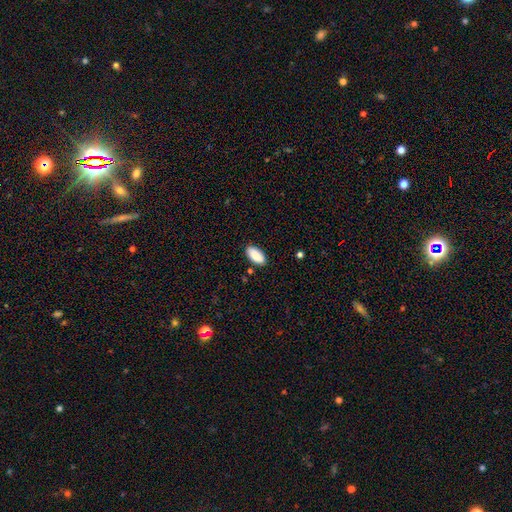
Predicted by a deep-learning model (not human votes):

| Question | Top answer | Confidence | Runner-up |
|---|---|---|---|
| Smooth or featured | smooth | 90% | star or artifact (6%) |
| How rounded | in between | 93% | cigar-shaped (5%) |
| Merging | none | 86% | minor disturbance (10%) |